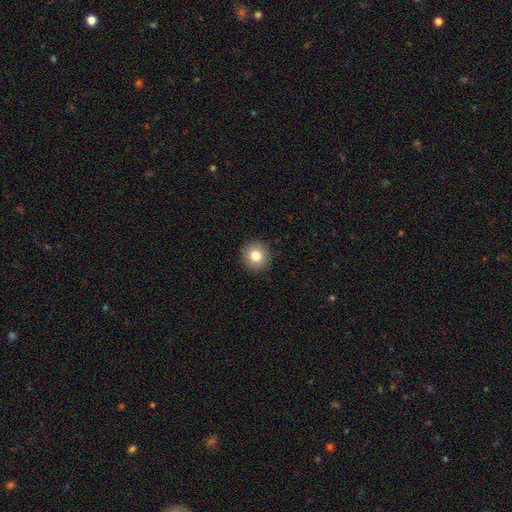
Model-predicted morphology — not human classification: Smooth or featured? smooth (81%)
How rounded? round (92%)
Merging? none (92%)